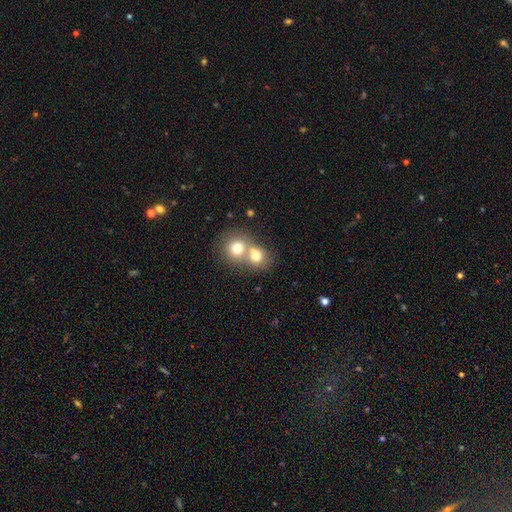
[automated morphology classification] Overall: smooth (70%). How rounded: round (75%). Merging: merger (64%; none 28%).